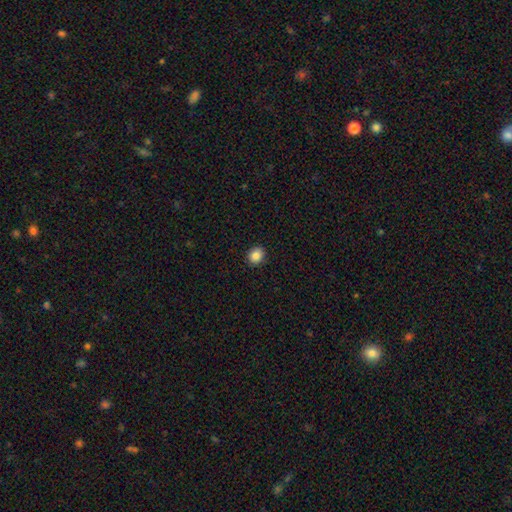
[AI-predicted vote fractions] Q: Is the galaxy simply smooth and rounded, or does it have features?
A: smooth — 86%.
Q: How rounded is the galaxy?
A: round — 72%.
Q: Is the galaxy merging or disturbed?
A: none — 90%.